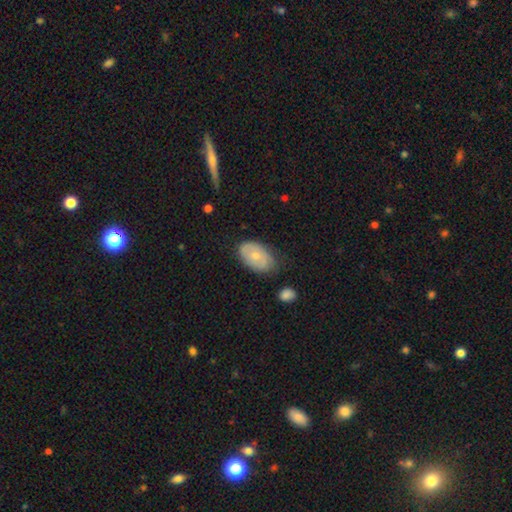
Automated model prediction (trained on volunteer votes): Morphology: type=smooth (58%); roundness=in between (90%); merging=none (65%).